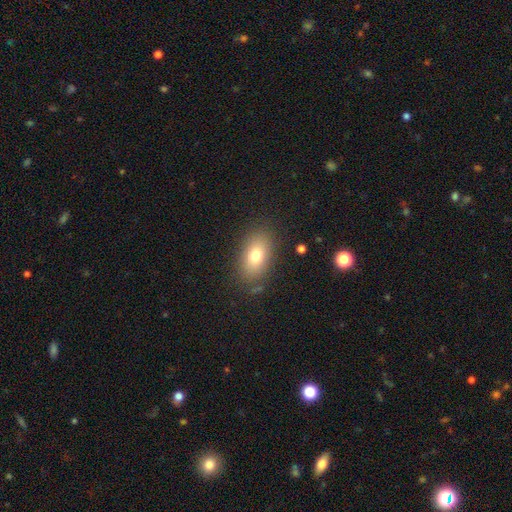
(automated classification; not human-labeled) Morphology: type=smooth (76%); roundness=in between (87%); merging=none (82%).